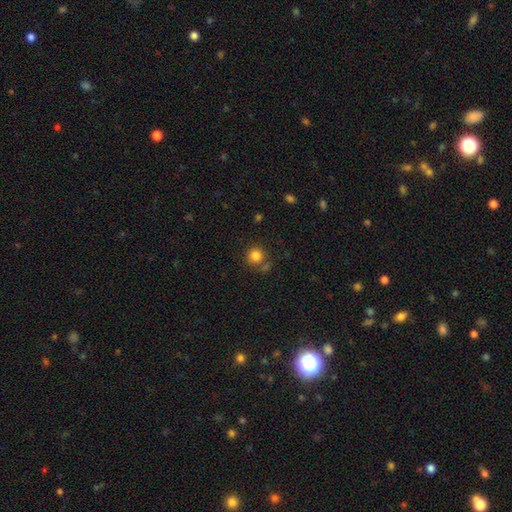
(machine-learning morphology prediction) Smooth or featured: smooth — 83% (star or artifact — 12%)
How rounded: round — 92% (in between — 7%)
Merging: none — 74% (merger — 11%)